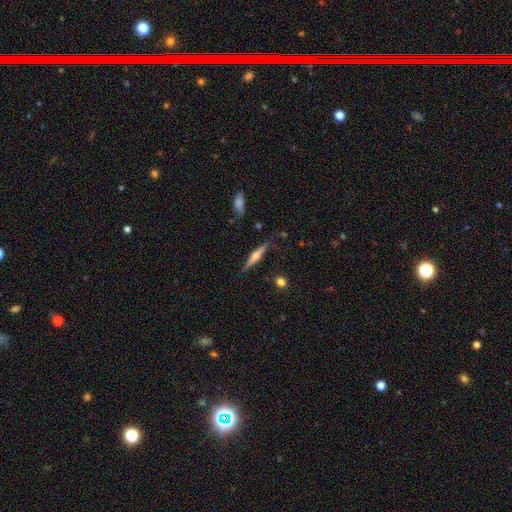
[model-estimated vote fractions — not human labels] Q: Smooth or featured?
A: featured or disk (70%); runner-up: smooth (24%)
Q: Edge-on disk?
A: yes (97%); runner-up: no (3%)
Q: Edge-on bulge?
A: rounded (91%); runner-up: boxy (6%)
Q: Merging?
A: none (83%); runner-up: minor disturbance (12%)